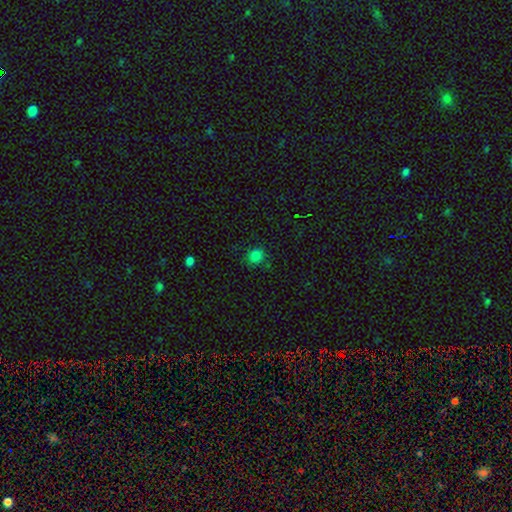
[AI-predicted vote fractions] This appears to be a smooth galaxy with no disk features (81%) that is round (80%). Merging: none (84%).